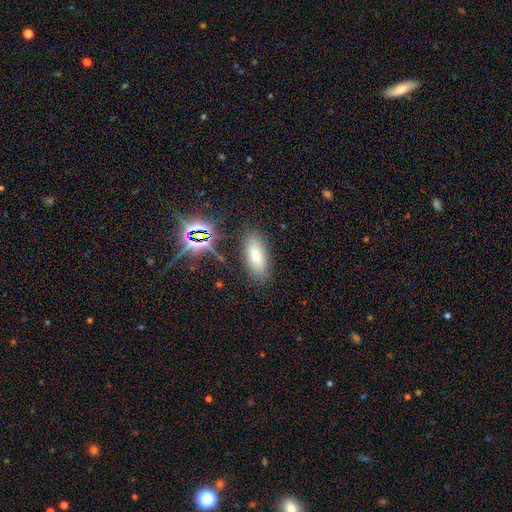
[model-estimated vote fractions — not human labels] A smooth galaxy with no disk features (62%) that is in between round and cigar-shaped (81%). Merging: none (85%).